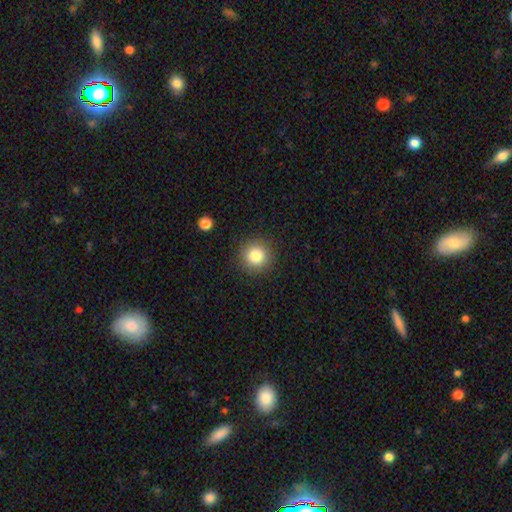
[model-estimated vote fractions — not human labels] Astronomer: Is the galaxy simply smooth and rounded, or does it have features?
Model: smooth — 83%.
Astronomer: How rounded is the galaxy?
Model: round — 94%.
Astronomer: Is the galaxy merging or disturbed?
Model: none — 90%.